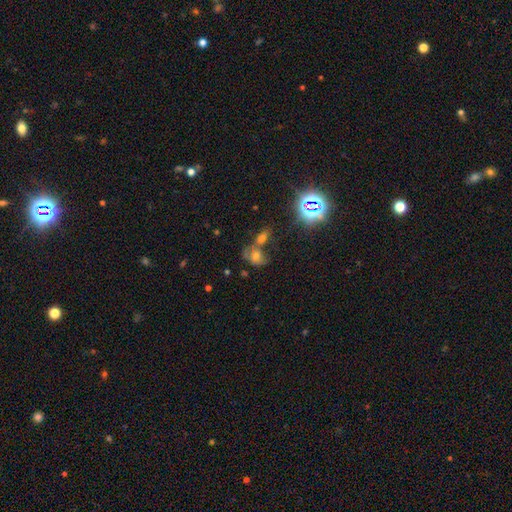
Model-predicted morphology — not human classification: A smooth galaxy with no disk features (44%).

Vote fractions:
- Smooth or featured? smooth: 44% / star or artifact: 31% / featured or disk: 25%
- Merging? merger: 46% / none: 33% / minor disturbance: 13% / major disturbance: 8%